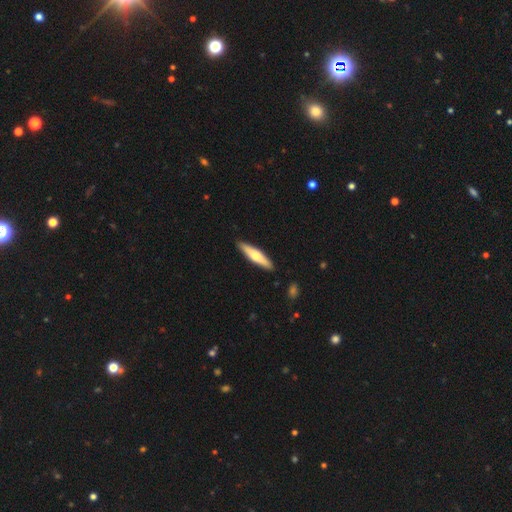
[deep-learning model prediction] This appears to be a smooth galaxy with no disk features (54%) that is cigar-shaped (80%). Merging: none (90%).